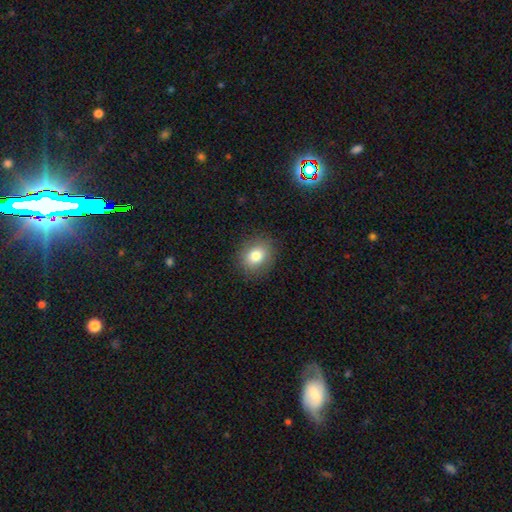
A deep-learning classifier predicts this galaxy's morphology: Smooth or featured? Predicted: smooth (p=0.81). How rounded? Predicted: round (p=0.61). Merging? Predicted: none (p=0.87).